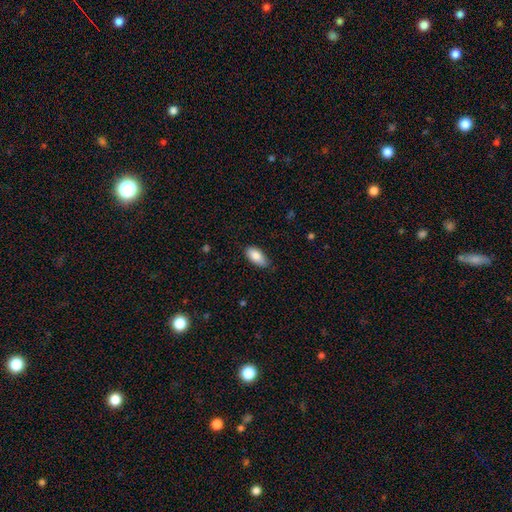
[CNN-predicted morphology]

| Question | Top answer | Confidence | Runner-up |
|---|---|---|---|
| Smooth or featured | smooth | 85% | featured or disk (8%) |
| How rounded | in between | 91% | cigar-shaped (6%) |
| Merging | none | 75% | minor disturbance (21%) |